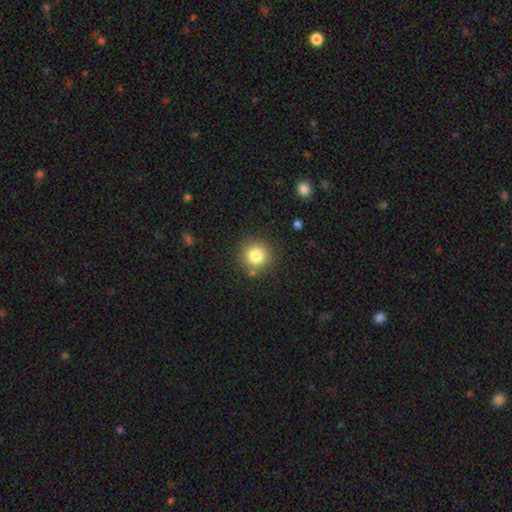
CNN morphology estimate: Smooth or featured: smooth — 82% (star or artifact — 11%)
How rounded: round — 94% (in between — 6%)
Merging: none — 85% (minor disturbance — 8%)